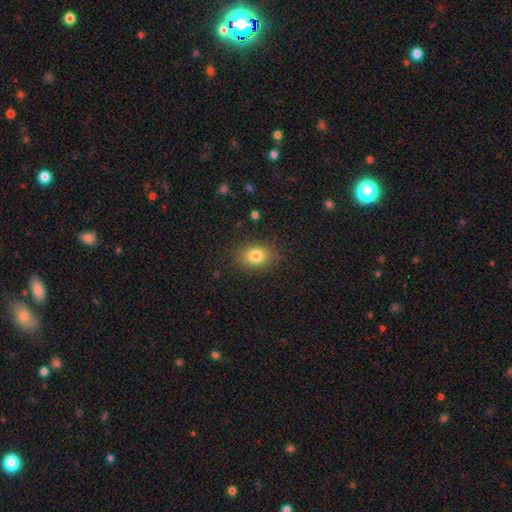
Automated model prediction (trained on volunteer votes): A smooth galaxy with no disk features (81%) that is in between round and cigar-shaped (54%).

Vote fractions:
- Smooth or featured? smooth: 81% / star or artifact: 11% / featured or disk: 9%
- How rounded? in between: 54% / round: 45% / cigar-shaped: 1%
- Merging? none: 84% / minor disturbance: 11% / major disturbance: 3% / merger: 1%